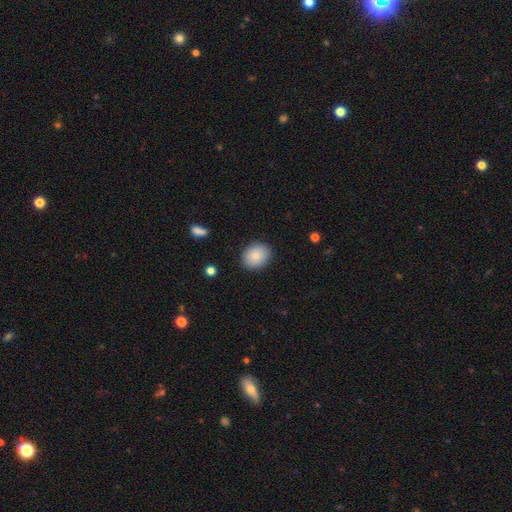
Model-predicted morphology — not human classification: A smooth galaxy with no disk features (87%) that is in between round and cigar-shaped (57%). Merging: none (88%).